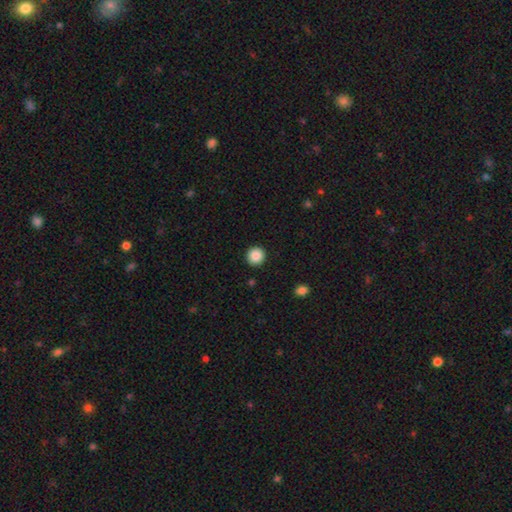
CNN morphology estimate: This is clearly a smooth galaxy (88%). How rounded: clearly round (93%). Merging: clearly none (93%).